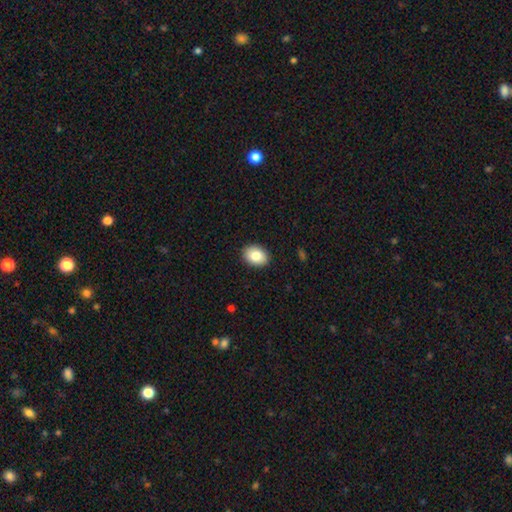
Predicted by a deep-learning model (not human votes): A smooth galaxy with no disk features (86%) that is in between round and cigar-shaped (74%).

Vote fractions:
- Smooth or featured? smooth: 86% / star or artifact: 7% / featured or disk: 7%
- How rounded? in between: 74% / round: 25% / cigar-shaped: 1%
- Merging? none: 90% / minor disturbance: 7% / major disturbance: 2% / merger: 1%